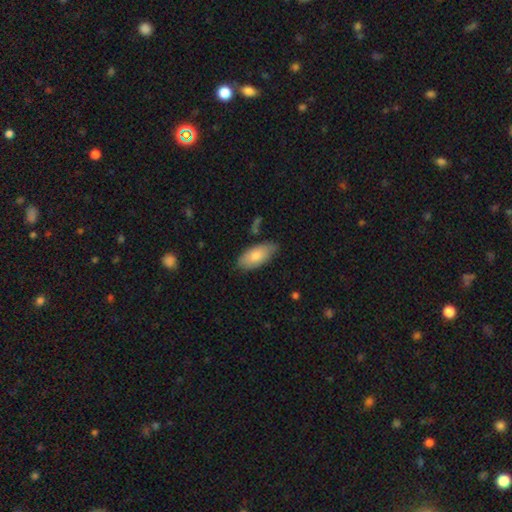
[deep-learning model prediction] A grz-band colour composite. It shows a smooth galaxy with no disk features (79%) that is in between round and cigar-shaped (92%). Merging: none (74%).